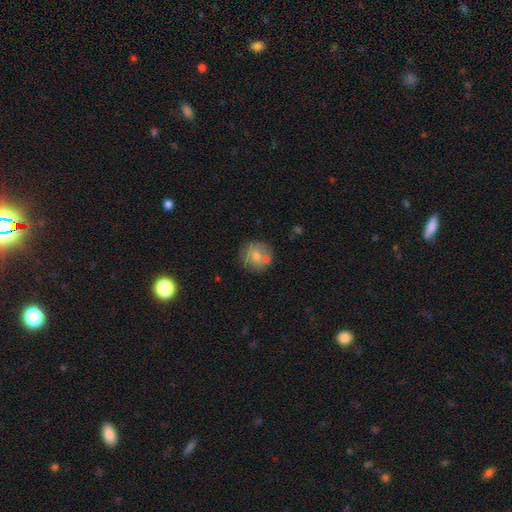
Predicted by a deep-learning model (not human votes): smooth 69%, featured or disk 22%, star or artifact 9%. Down the decision tree: how rounded — round (89%); merging — none (65%).